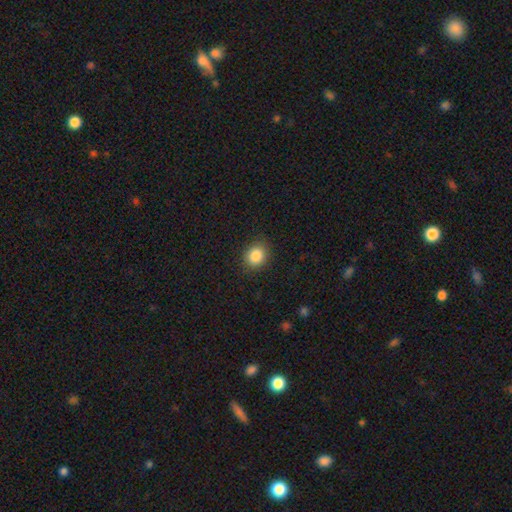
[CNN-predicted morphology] A smooth galaxy with no disk features (86%) that is round (69%). Merging: none (88%).